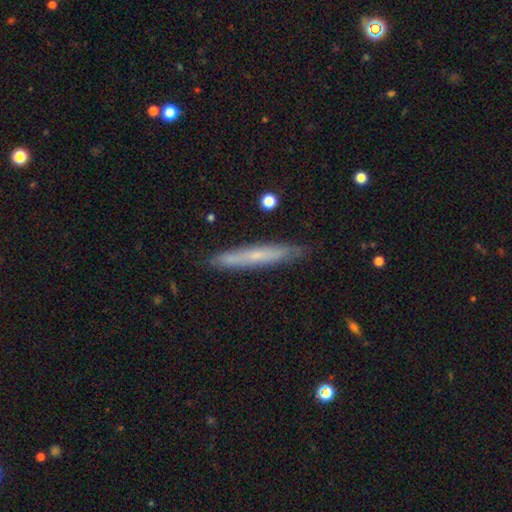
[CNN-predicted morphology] A smooth galaxy with no disk features (49%).

Vote fractions:
- Smooth or featured? smooth: 49% / featured or disk: 44% / star or artifact: 7%
- Merging? none: 87% / minor disturbance: 10% / major disturbance: 2% / merger: 1%